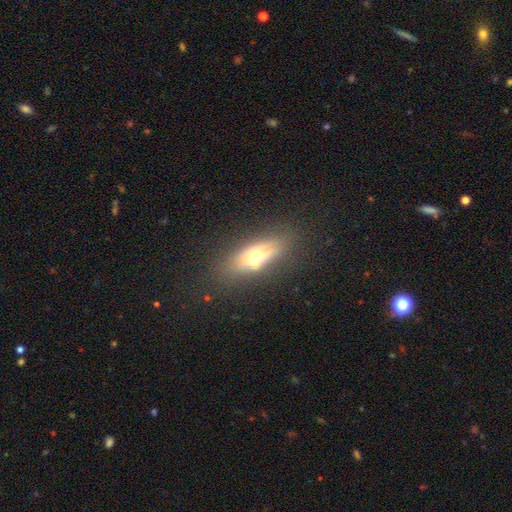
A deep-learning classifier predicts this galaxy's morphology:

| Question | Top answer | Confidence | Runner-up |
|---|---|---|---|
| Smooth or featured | smooth | 52% | featured or disk (38%) |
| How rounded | in between | 64% | cigar-shaped (28%) |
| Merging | none | 66% | minor disturbance (14%) |